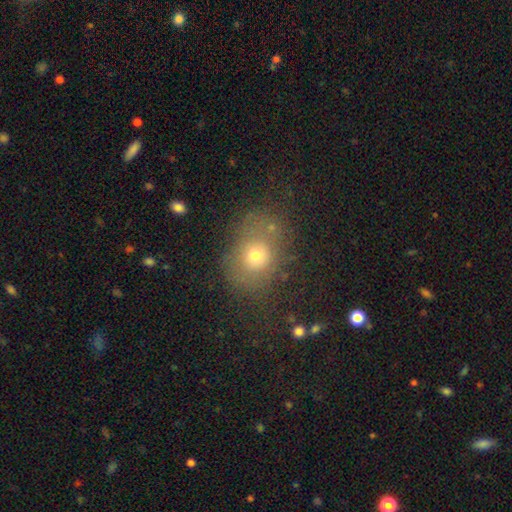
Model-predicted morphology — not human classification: smooth_or_featured: smooth (p=0.68) [alt: featured or disk p=0.16]
how_rounded: round (p=0.53) [alt: in between p=0.46]
merging: none (p=0.63) [alt: minor disturbance p=0.19]